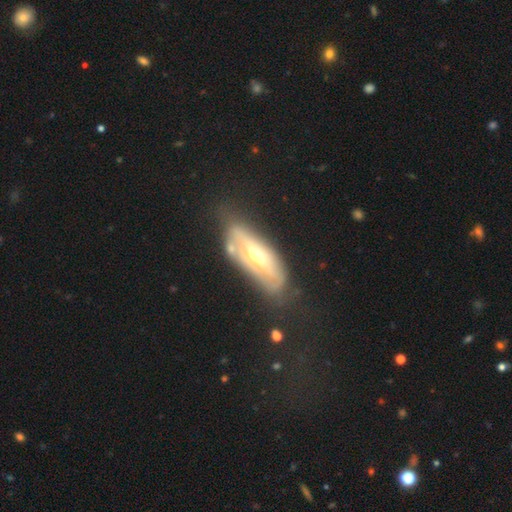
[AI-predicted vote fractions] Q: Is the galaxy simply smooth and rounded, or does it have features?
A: featured or disk — 67%.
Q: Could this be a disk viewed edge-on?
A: no — 72%.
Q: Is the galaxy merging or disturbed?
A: none — 61%.